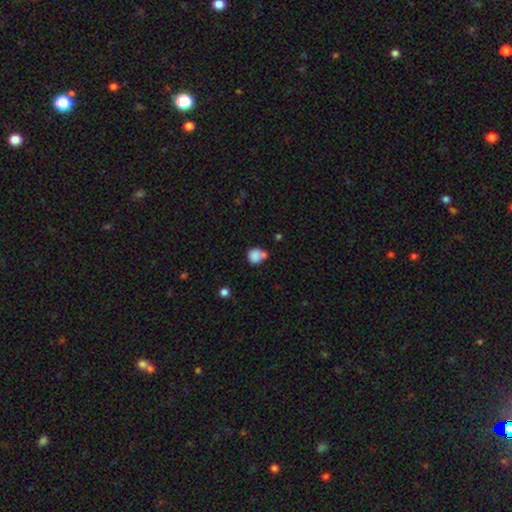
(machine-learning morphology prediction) Smooth or featured? Predicted: smooth (p=0.84). How rounded? Predicted: round (p=0.80). Merging? Predicted: none (p=0.46).